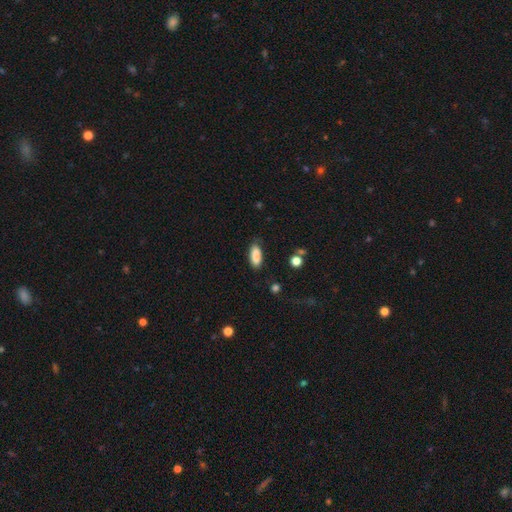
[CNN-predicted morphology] A smooth galaxy with no disk features (87%) that is in between round and cigar-shaped (77%).

Vote fractions:
- Smooth or featured? smooth: 87% / star or artifact: 8% / featured or disk: 6%
- How rounded? in between: 77% / cigar-shaped: 21% / round: 2%
- Merging? none: 71% / minor disturbance: 21% / major disturbance: 4% / merger: 3%